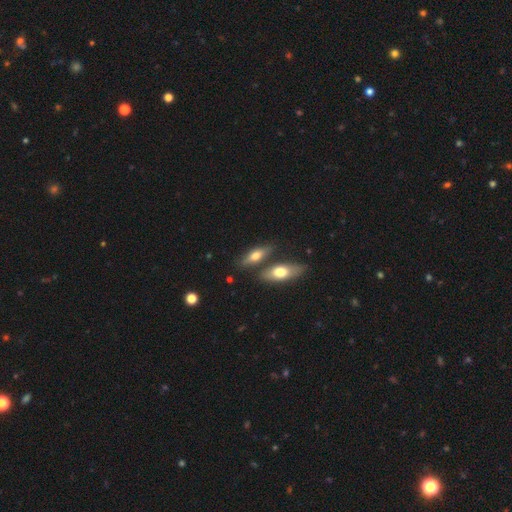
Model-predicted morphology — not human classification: This appears to be a smooth galaxy with no disk features (61%) that is in between round and cigar-shaped (63%). Merging: none (65%).